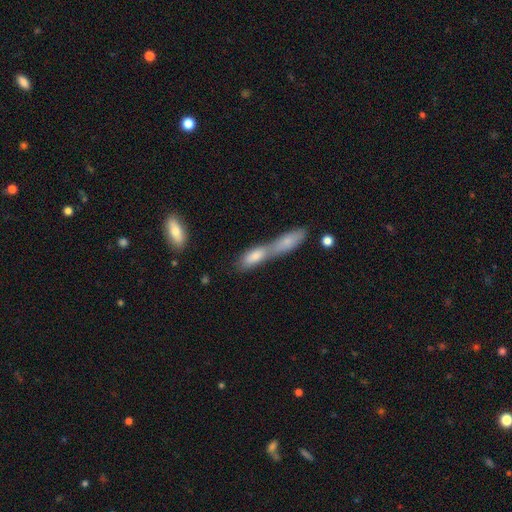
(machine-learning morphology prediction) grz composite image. It shows a smooth galaxy with no disk features (70%) that is cigar-shaped (53%). Merging: merger (70%).